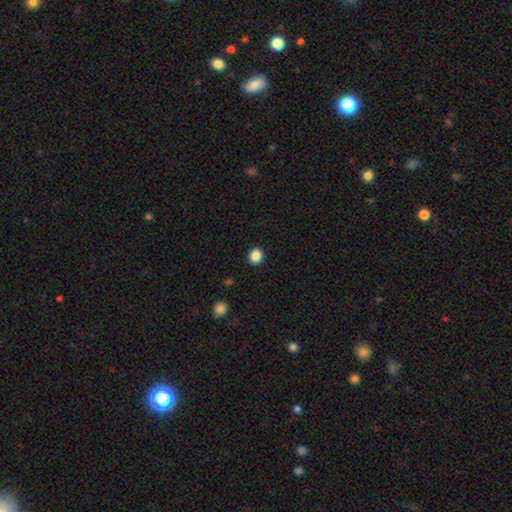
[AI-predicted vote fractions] The model was most divided on "how rounded": round: 80%, in between: 19%, cigar-shaped: 1%. More confident: merging — none (92%); smooth or featured — smooth (87%).